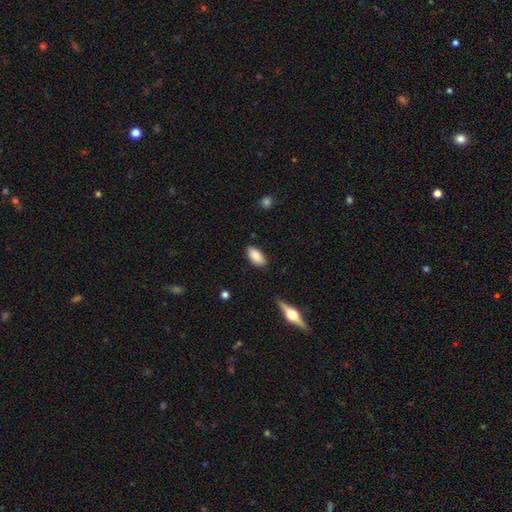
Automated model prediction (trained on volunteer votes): Smooth or featured?
  - smooth: 86% *
  - featured or disk: 7%
  - star or artifact: 7%
How rounded?
  - in between: 92% *
  - cigar-shaped: 5%
  - round: 3%
Merging?
  - none: 84% *
  - minor disturbance: 12%
  - major disturbance: 2%
  - merger: 1%